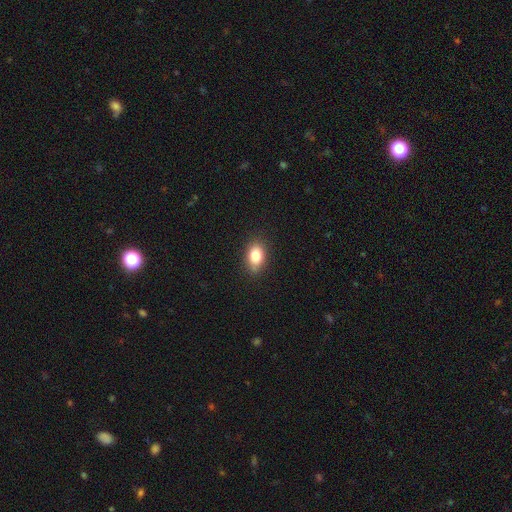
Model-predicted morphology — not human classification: A smooth galaxy with no disk features (82%) that is in between round and cigar-shaped (82%). Merging: none (84%).